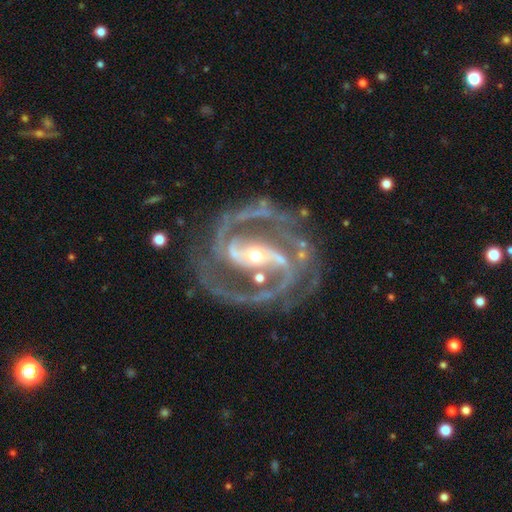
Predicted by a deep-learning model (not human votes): This appears to be a featured or disk galaxy (93%) with a strong bar (61%), 2 (79%) medium (53%) spiral arms (98%) and a small central bulge (59%). Merging: none (74%).